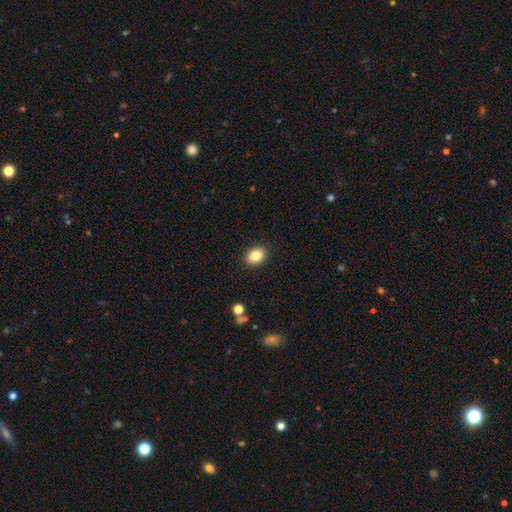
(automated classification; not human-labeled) Smooth or featured?
  - smooth: 84% *
  - star or artifact: 9%
  - featured or disk: 7%
How rounded?
  - in between: 68% *
  - round: 31%
  - cigar-shaped: 1%
Merging?
  - none: 89% *
  - minor disturbance: 8%
  - major disturbance: 2%
  - merger: 1%